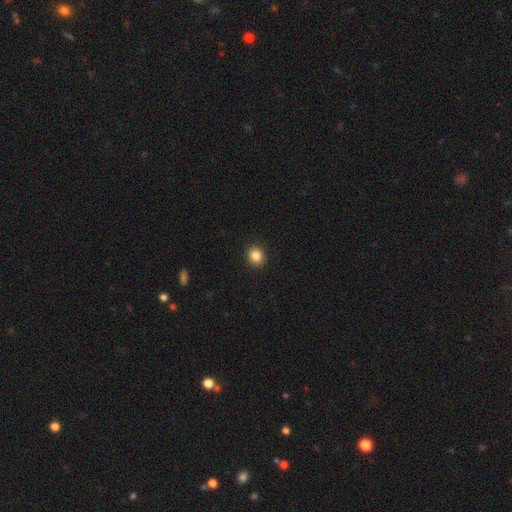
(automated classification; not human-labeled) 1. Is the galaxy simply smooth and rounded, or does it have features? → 85% smooth, 10% star or artifact, 5% featured or disk.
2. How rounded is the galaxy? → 82% round, 17% in between, 1% cigar-shaped.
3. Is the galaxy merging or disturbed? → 92% none, 5% minor disturbance, 2% major disturbance, 1% merger.